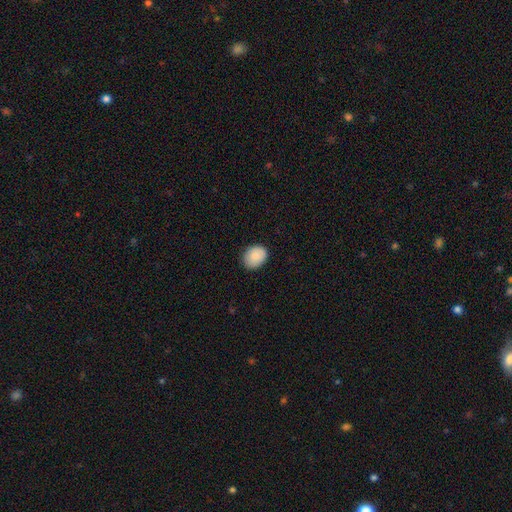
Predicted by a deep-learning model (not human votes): The model was most divided on "how rounded": in between: 52%, round: 47%, cigar-shaped: 1%. More confident: smooth or featured — smooth (86%); merging — none (83%).